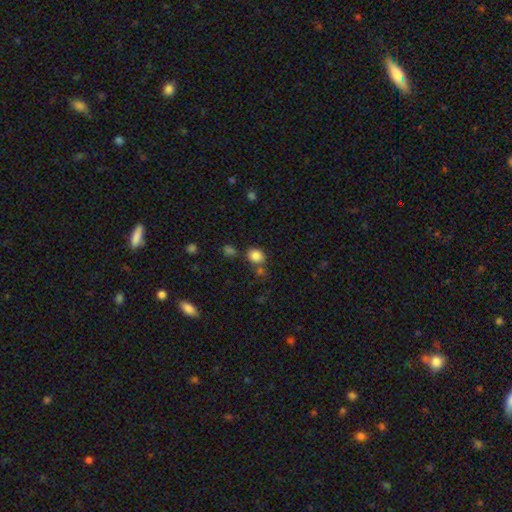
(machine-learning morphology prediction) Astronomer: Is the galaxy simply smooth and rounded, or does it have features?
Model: smooth — 84%.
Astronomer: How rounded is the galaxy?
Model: round — 69%.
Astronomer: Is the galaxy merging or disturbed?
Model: none — 70%.